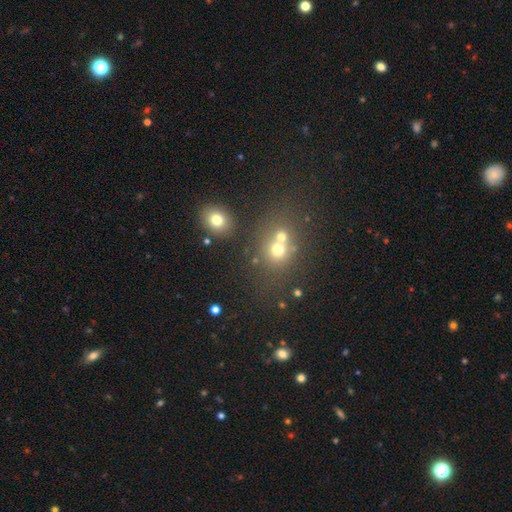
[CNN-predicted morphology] smooth 50%, star or artifact 36%, featured or disk 15%. Down the decision tree: merging — none (49%).